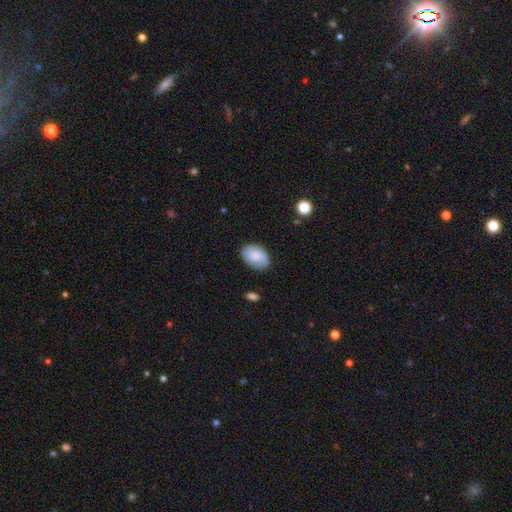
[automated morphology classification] This is likely a smooth galaxy (76%). How rounded: clearly in between (85%). Merging: likely none (75%).